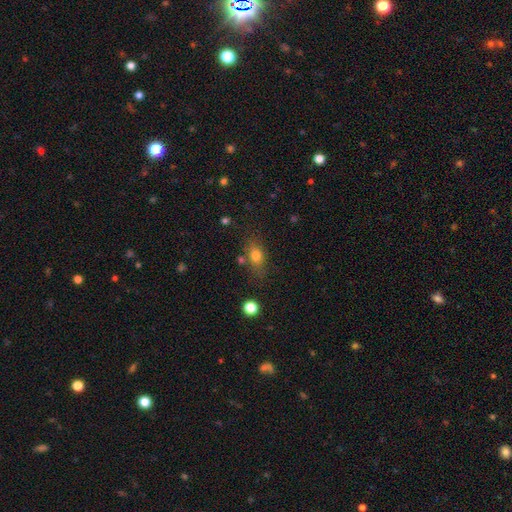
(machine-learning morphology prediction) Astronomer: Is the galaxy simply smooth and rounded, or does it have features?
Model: smooth — 77%.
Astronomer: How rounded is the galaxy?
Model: in between — 69%.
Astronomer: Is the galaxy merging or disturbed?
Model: none — 69%.